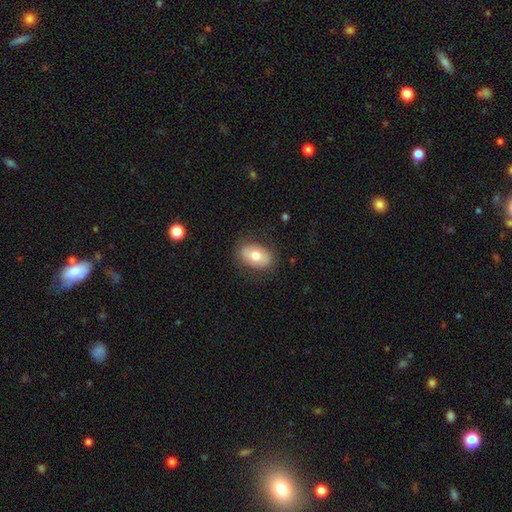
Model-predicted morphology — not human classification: type=smooth (69%); roundness=in between (82%); merging=none (81%).